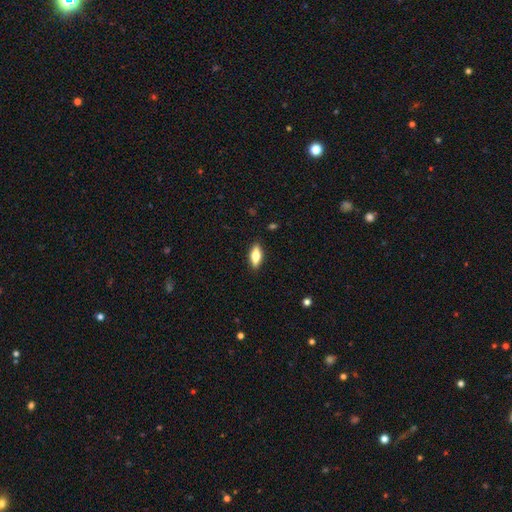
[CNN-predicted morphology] Smooth or featured: smooth — 67% (featured or disk — 27%)
How rounded: in between — 75% (cigar-shaped — 22%)
Merging: none — 89% (minor disturbance — 8%)